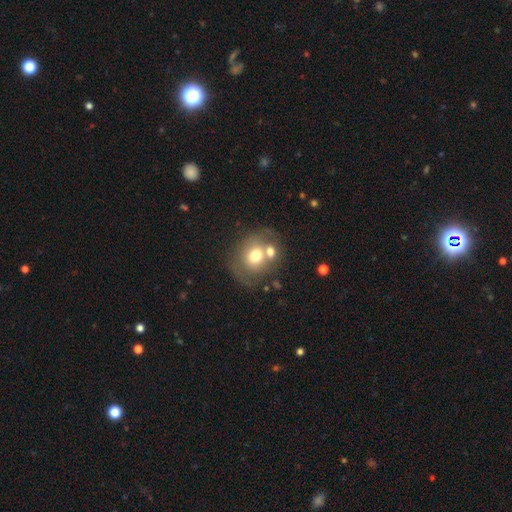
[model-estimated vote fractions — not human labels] smooth-or-featured: smooth: 66% | featured or disk: 23% | star or artifact: 10%
  how-rounded: round: 74% | in between: 25% | cigar-shaped: 1%
  merging: none: 47% | merger: 34% | minor disturbance: 13% | major disturbance: 6%